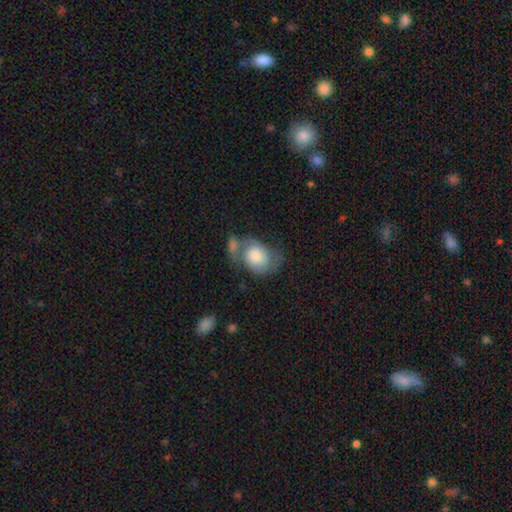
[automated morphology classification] Smooth or featured? Predicted: smooth (p=0.66). How rounded? Predicted: in between (p=0.61). Merging? Predicted: merger (p=0.31, tied with none).